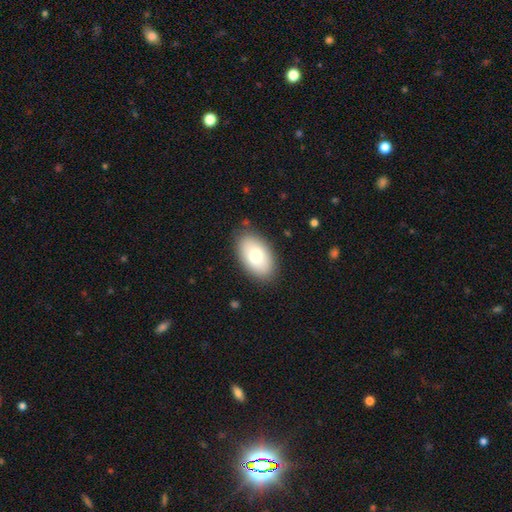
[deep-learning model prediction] Overall: smooth (73%). How rounded: in between (92%). Merging: none (85%).